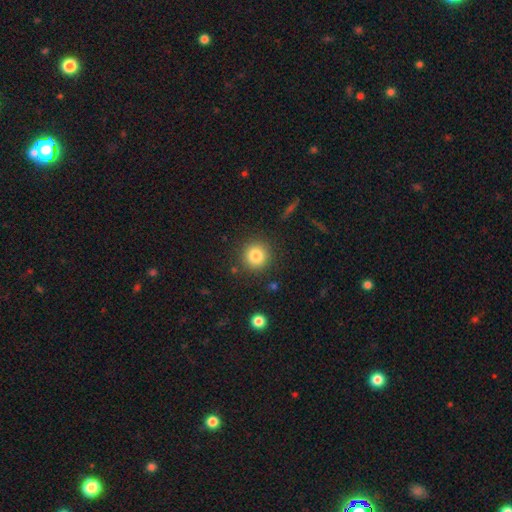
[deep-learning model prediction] This appears to be a smooth galaxy with no disk features (82%) that is round (94%). Merging: none (89%).